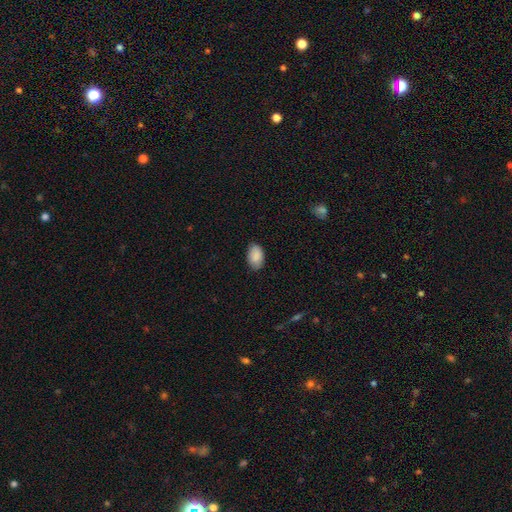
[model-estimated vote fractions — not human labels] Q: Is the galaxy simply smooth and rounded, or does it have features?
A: smooth — 89%.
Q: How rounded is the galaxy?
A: in between — 91%.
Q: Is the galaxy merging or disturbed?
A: none — 82%.